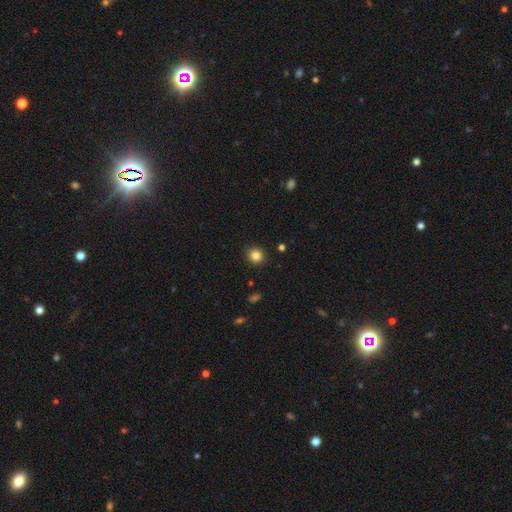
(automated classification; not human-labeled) A smooth galaxy with no disk features (84%) that is round (90%). Merging: none (91%).